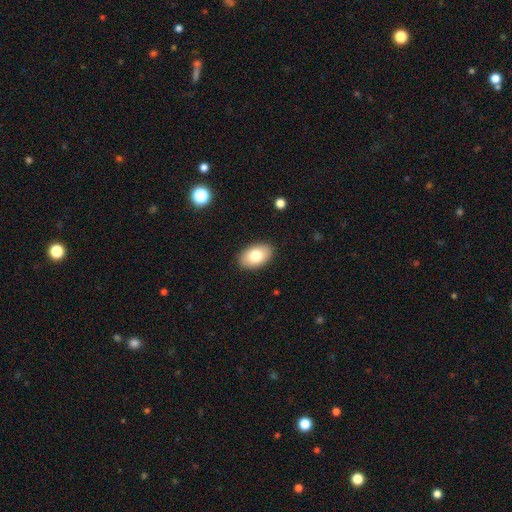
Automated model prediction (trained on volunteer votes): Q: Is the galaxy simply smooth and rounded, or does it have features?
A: smooth — 79%.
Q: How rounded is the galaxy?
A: in between — 92%.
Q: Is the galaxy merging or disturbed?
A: none — 89%.